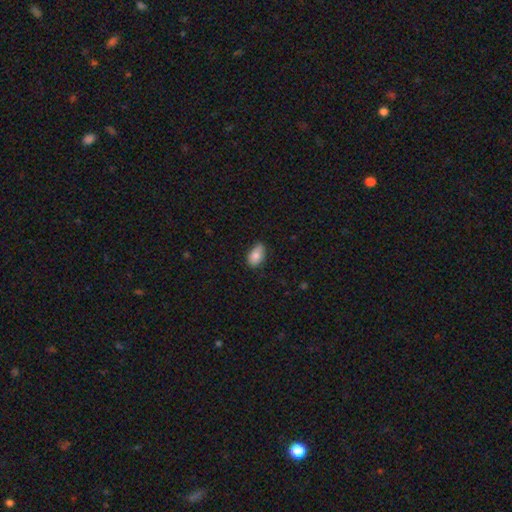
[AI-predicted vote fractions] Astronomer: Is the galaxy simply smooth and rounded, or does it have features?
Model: smooth — 82%.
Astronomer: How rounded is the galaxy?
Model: in between — 90%.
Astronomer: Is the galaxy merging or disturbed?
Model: none — 67%.